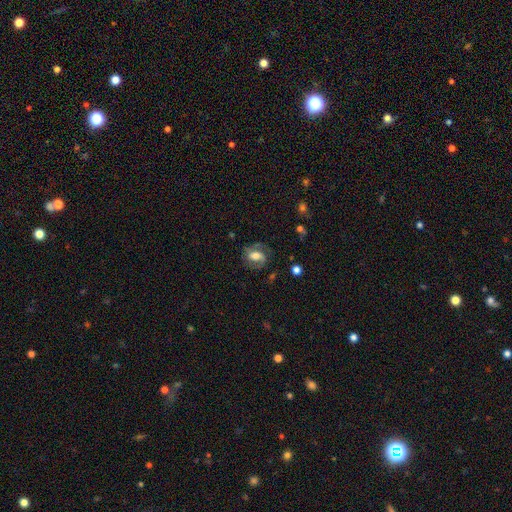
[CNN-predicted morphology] Smooth or featured: featured or disk — 67% (smooth — 25%)
Edge-on disk: no — 96% (yes — 4%)
Bar: weak — 40% (strong — 30%)
Spiral arms: yes — 89% (no — 11%)
Spiral winding: medium — 50% (tight — 30%)
Spiral arm count: 2 — 84% (can't tell — 7%)
Bulge size: moderate — 51% (large — 29%)
Merging: none — 70% (minor disturbance — 17%)